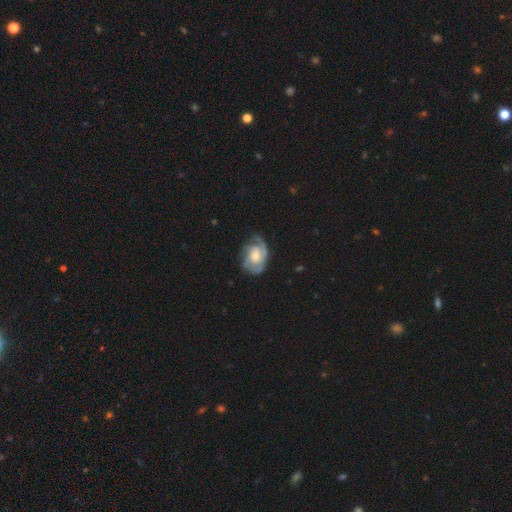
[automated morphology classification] This appears to be a featured or disk galaxy (73%) with no bar (73%), 2 (31%) tight (50%) spiral arms (89%) and a moderate central bulge (59%). Merging: none (59%).